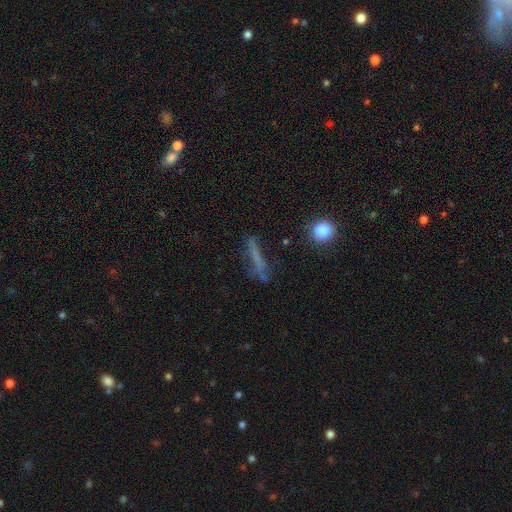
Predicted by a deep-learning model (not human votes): smooth-or-featured: smooth: 50% | featured or disk: 33% | star or artifact: 17%
  how-rounded: cigar-shaped: 86% | in between: 10% | round: 5%
  merging: none: 70% | minor disturbance: 18% | major disturbance: 9% | merger: 4%